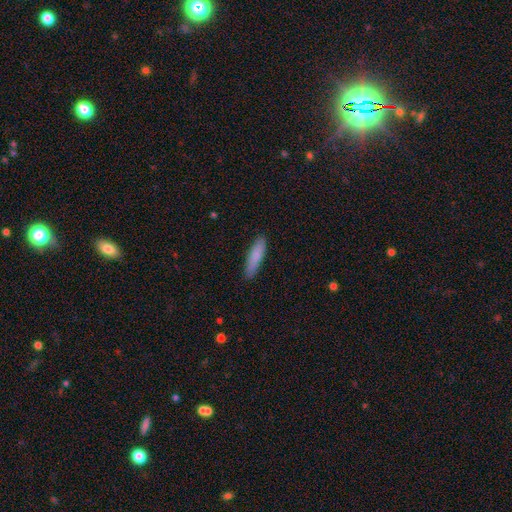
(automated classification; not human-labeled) The model was most divided on "how rounded": cigar-shaped: 76%, in between: 23%, round: 1%. More confident: merging — none (87%); smooth or featured — smooth (84%).